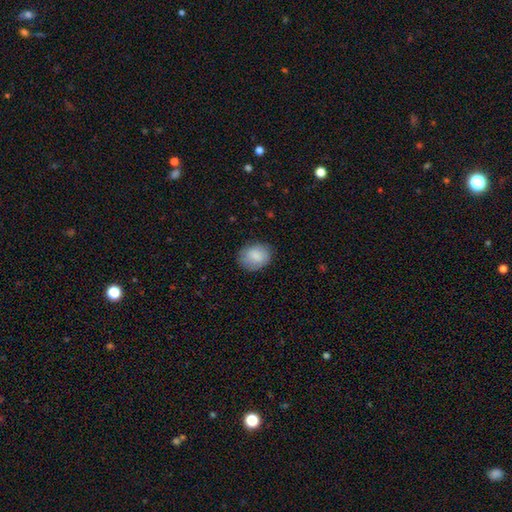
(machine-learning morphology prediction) This is clearly a smooth galaxy (84%). How rounded: possibly in between (60%). Merging: likely none (79%).